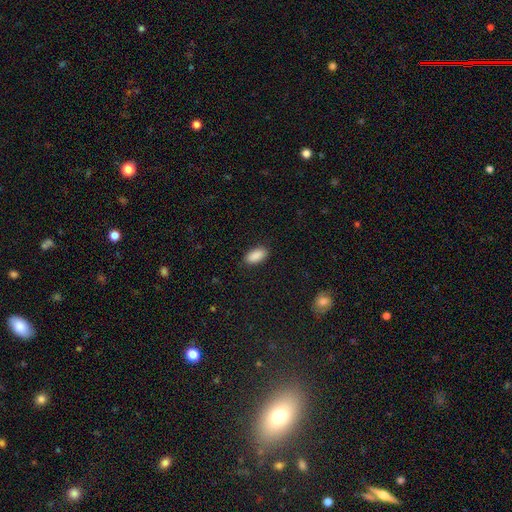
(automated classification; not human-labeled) Overall: smooth (90%). How rounded: in between (92%). Merging: none (87%).